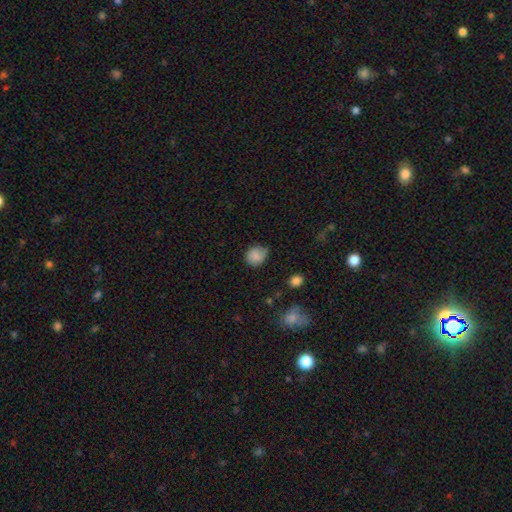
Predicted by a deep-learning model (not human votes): The model was most divided on "merging": none: 62%, minor disturbance: 31%, major disturbance: 6%, merger: 2%. More confident: smooth or featured — smooth (82%); how rounded — round (73%).